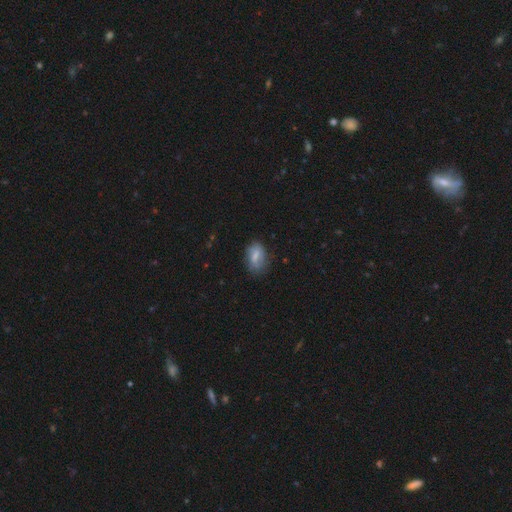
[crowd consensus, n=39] smooth 56%, featured or disk 33%, star or artifact 10%. Down the decision tree: how rounded — in between (95%); merging — none (74%).